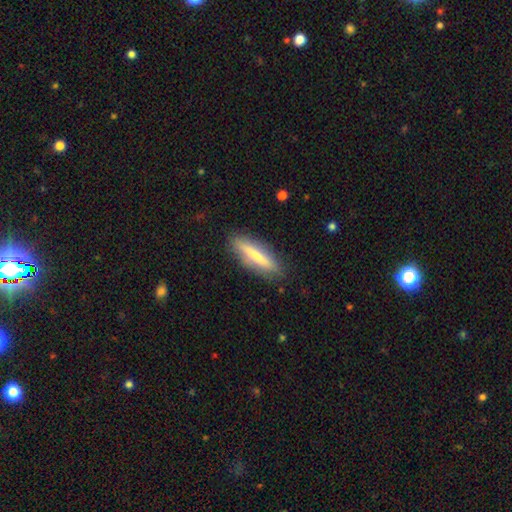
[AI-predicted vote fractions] This is possibly a smooth galaxy (60%). How rounded: likely cigar-shaped (79%). Merging: clearly none (84%).